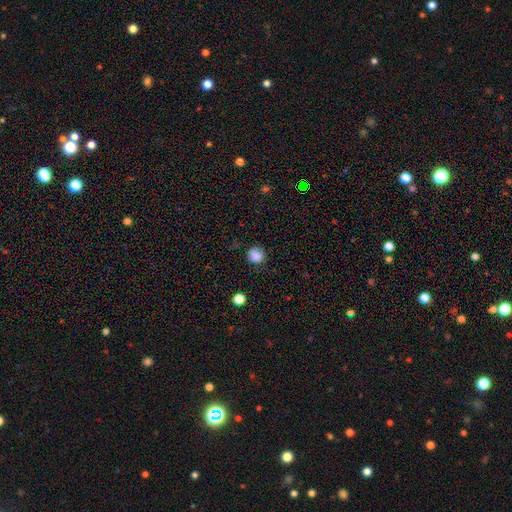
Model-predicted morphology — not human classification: Q: Smooth or featured?
A: smooth (85%); runner-up: star or artifact (11%)
Q: How rounded?
A: round (85%); runner-up: in between (14%)
Q: Merging?
A: none (80%); runner-up: minor disturbance (14%)